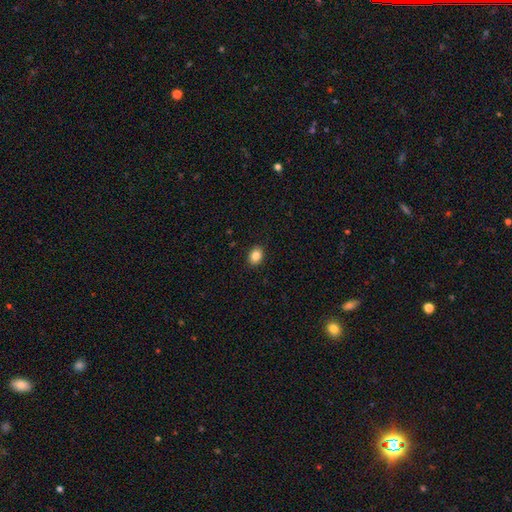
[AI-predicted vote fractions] The model was most divided on "how rounded": in between: 65%, round: 34%, cigar-shaped: 1%. More confident: merging — none (90%); smooth or featured — smooth (86%).